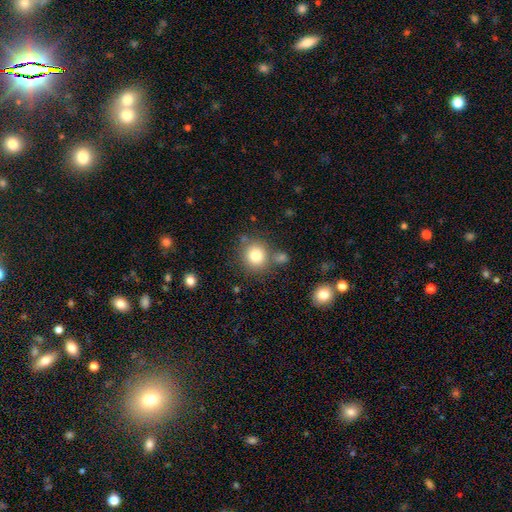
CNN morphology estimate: Smooth or featured? smooth (79%)
How rounded? round (86%)
Merging? none (73%)